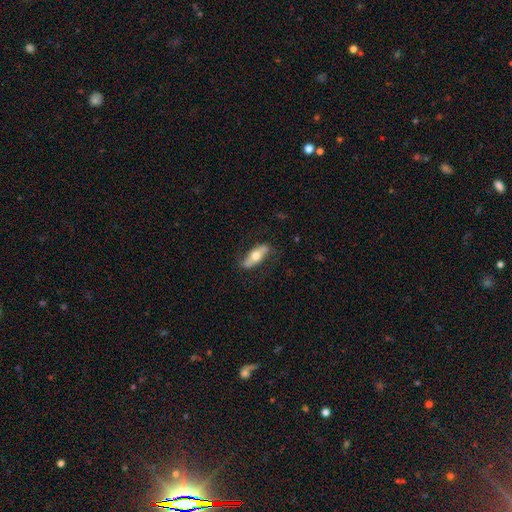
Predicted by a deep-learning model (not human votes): Q: Smooth or featured?
A: smooth (51%); runner-up: featured or disk (44%)
Q: How rounded?
A: in between (62%); runner-up: cigar-shaped (35%)
Q: Merging?
A: none (78%); runner-up: minor disturbance (15%)